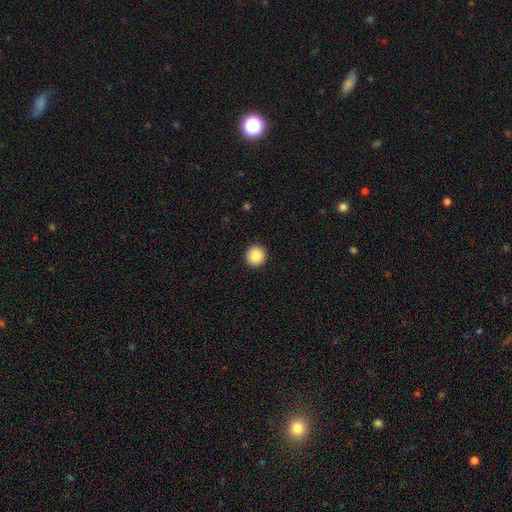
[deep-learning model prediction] Smooth or featured: smooth — 89% (star or artifact — 8%)
How rounded: round — 95% (in between — 4%)
Merging: none — 93% (minor disturbance — 4%)